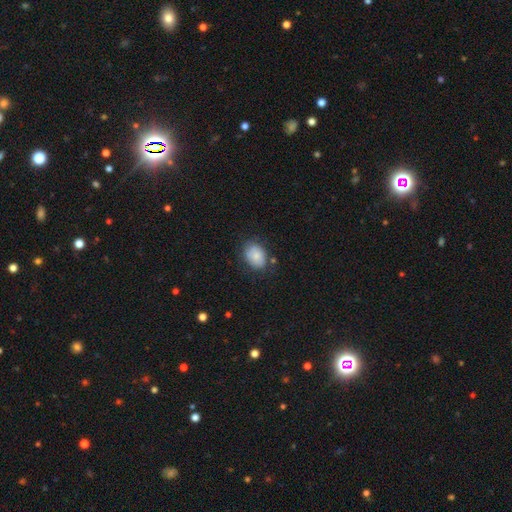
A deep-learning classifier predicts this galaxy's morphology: Smooth or featured? smooth (81%)
How rounded? in between (72%)
Merging? none (72%)